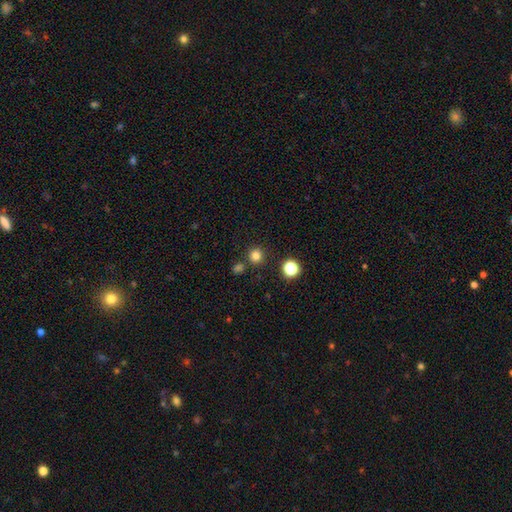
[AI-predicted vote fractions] smooth_or_featured: smooth (p=0.80) [alt: star or artifact p=0.16]
how_rounded: round (p=0.94) [alt: in between p=0.05]
merging: none (p=0.86) [alt: merger p=0.06]